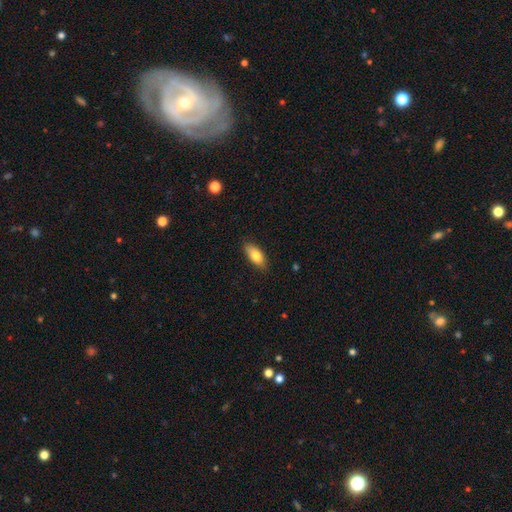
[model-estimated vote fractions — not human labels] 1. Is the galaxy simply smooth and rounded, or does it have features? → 80% smooth, 14% featured or disk, 7% star or artifact.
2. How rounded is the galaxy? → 83% in between, 15% cigar-shaped, 3% round.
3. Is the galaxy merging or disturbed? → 85% none, 12% minor disturbance, 2% major disturbance, 1% merger.